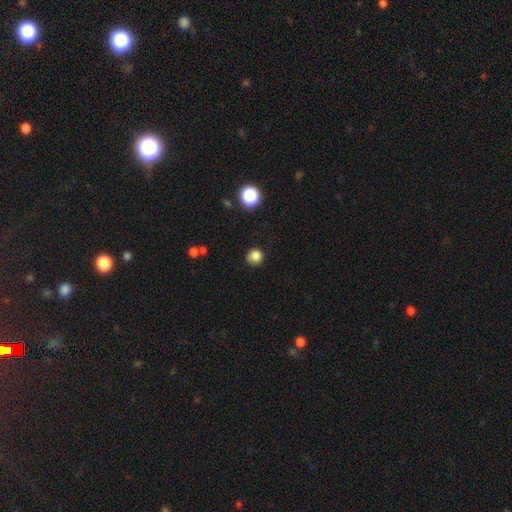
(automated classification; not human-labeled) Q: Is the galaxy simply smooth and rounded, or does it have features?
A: smooth — 83%.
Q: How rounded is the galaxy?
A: round — 87%.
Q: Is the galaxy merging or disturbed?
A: none — 75%.